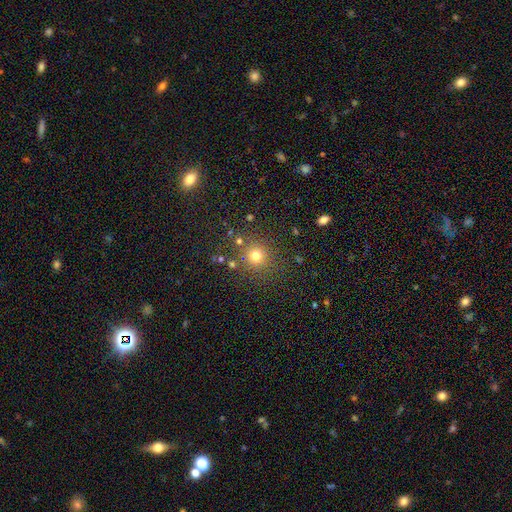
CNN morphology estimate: Q: Smooth or featured?
A: smooth (74%); runner-up: star or artifact (19%)
Q: How rounded?
A: round (91%); runner-up: in between (8%)
Q: Merging?
A: none (82%); runner-up: minor disturbance (9%)